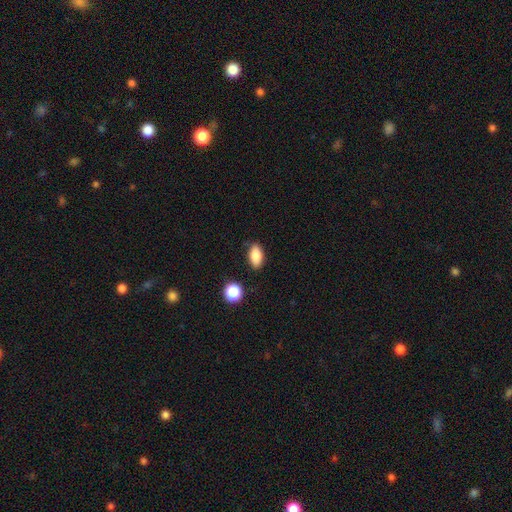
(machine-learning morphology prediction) Smooth or featured? smooth (85%)
How rounded? in between (89%)
Merging? none (84%)